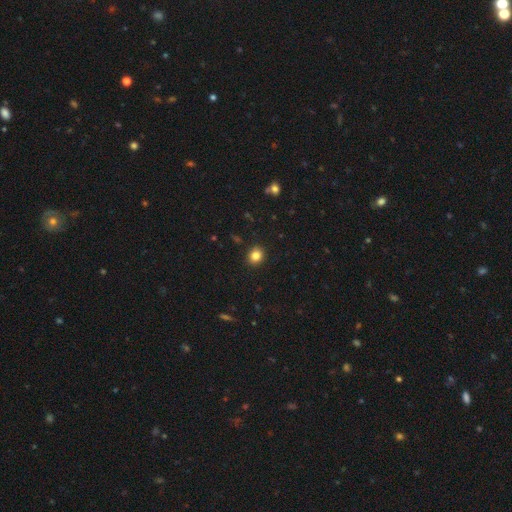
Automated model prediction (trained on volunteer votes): Smooth or featured? smooth (84%)
How rounded? round (68%)
Merging? none (91%)